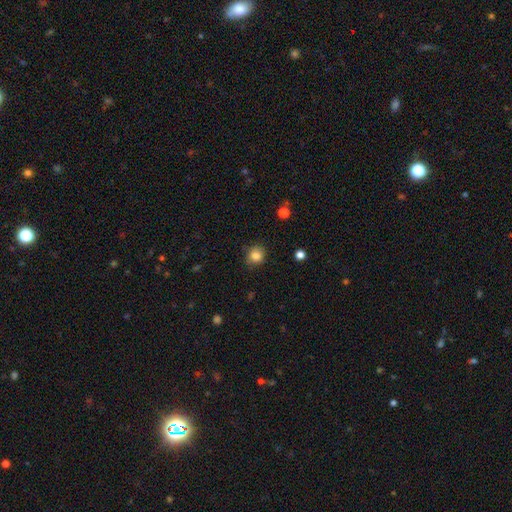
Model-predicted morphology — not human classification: smooth_or_featured: smooth (p=0.83) [alt: star or artifact p=0.11]
how_rounded: round (p=0.80) [alt: in between p=0.19]
merging: none (p=0.82) [alt: minor disturbance p=0.13]